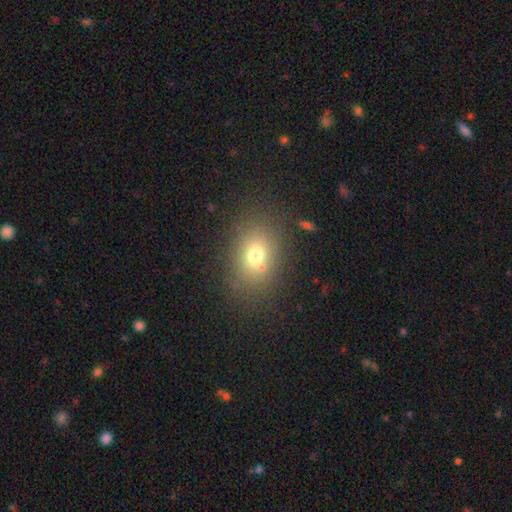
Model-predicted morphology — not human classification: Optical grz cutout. It shows a smooth galaxy with no disk features (72%) that is in between round and cigar-shaped (62%). Merging: none (77%).